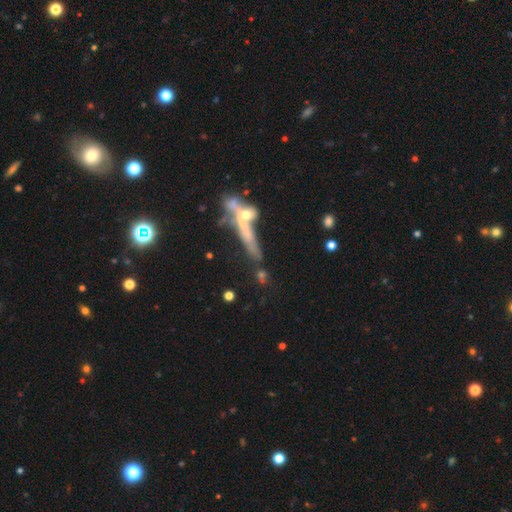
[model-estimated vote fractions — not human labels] Q: Smooth or featured?
A: featured or disk (47%); runner-up: star or artifact (29%)
Q: Merging?
A: none (39%); runner-up: merger (28%)